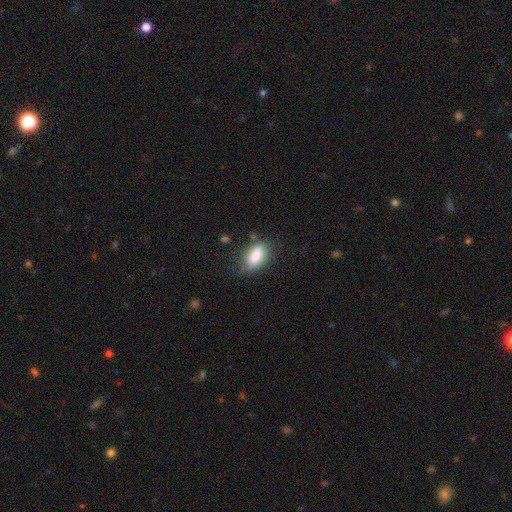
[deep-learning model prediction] The model was most divided on "merging": none: 64%, minor disturbance: 26%, major disturbance: 7%, merger: 3%. More confident: how rounded — in between (86%); smooth or featured — smooth (82%).